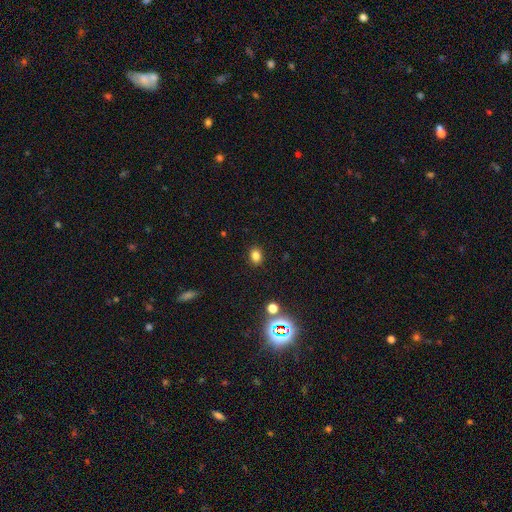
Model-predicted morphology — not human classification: This appears to be a smooth galaxy with no disk features (80%) that is in between round and cigar-shaped (56%). Merging: none (89%).